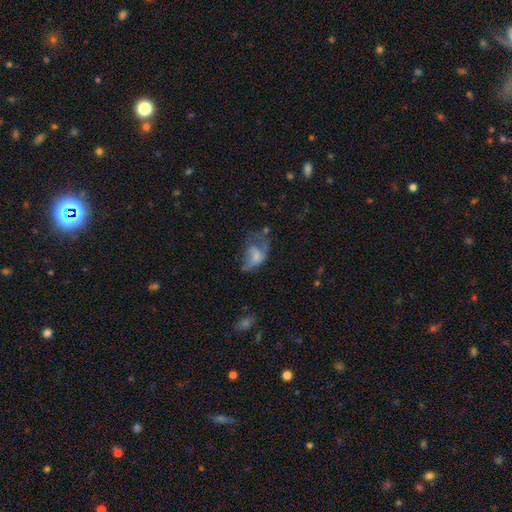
Smooth or featured?
  - smooth: 46% * (tied)
  - featured or disk: 46% * (tied)
  - star or artifact: 8%
How rounded?
  - in between: 78% *
  - round: 17%
  - cigar-shaped: 6%
Merging?
  - major disturbance: 61% *
  - minor disturbance: 25%
  - none: 14%
  - merger: 0%